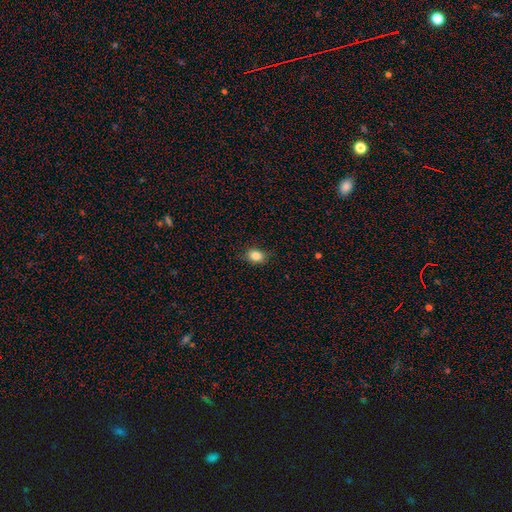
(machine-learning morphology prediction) smooth_or_featured: smooth (p=0.86) [alt: star or artifact p=0.09]
how_rounded: in between (p=0.64) [alt: round p=0.34]
merging: none (p=0.85) [alt: minor disturbance p=0.12]